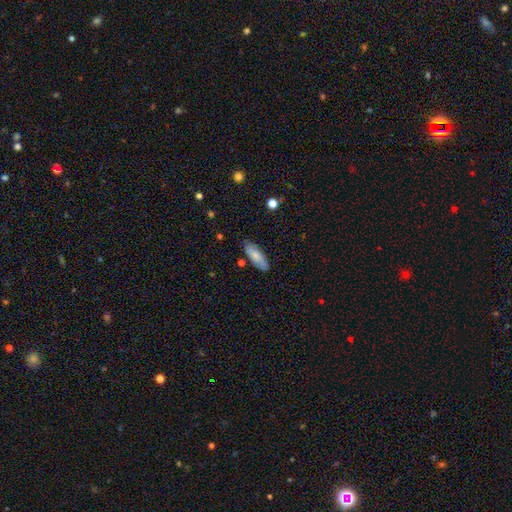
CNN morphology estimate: A smooth galaxy with no disk features (74%) that is in between round and cigar-shaped (66%). Merging: none (80%).